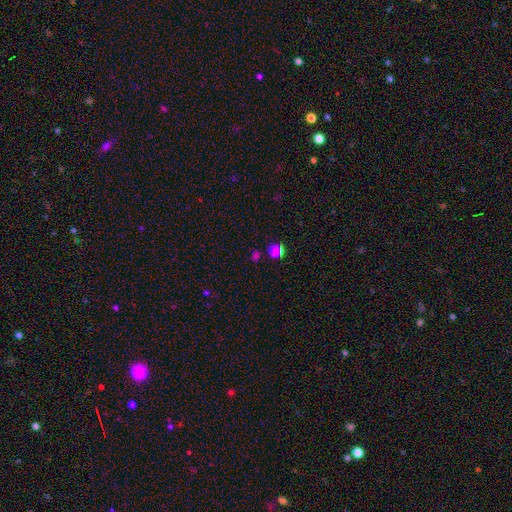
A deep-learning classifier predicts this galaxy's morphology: smooth-or-featured: smooth: 54% | star or artifact: 40% | featured or disk: 6%
  how-rounded: round: 78% | in between: 21% | cigar-shaped: 2%
  merging: none: 78% | minor disturbance: 11% | merger: 7% | major disturbance: 5%